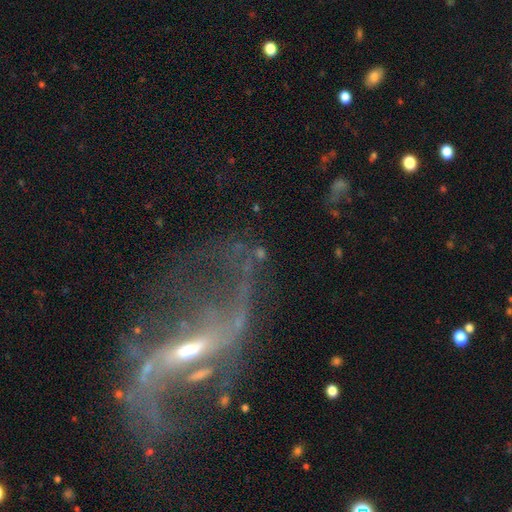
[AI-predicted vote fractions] smooth-or-featured: featured or disk: 54% | star or artifact: 27% | smooth: 19%
  disk-edge-on: no: 85% | yes: 15%
  merging: none: 41% | major disturbance: 34% | minor disturbance: 13% | merger: 12%